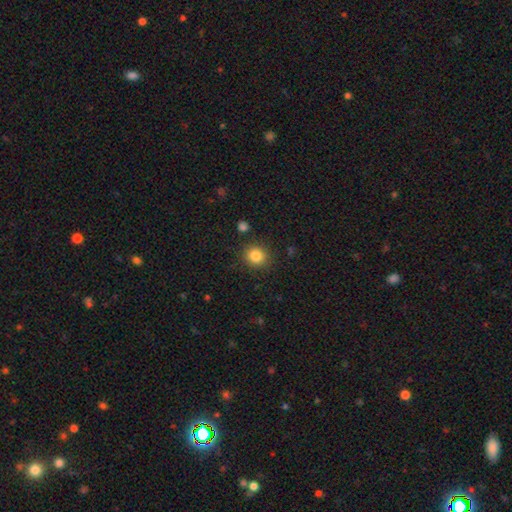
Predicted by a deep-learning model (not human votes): Smooth or featured? smooth (84%)
How rounded? round (87%)
Merging? none (88%)